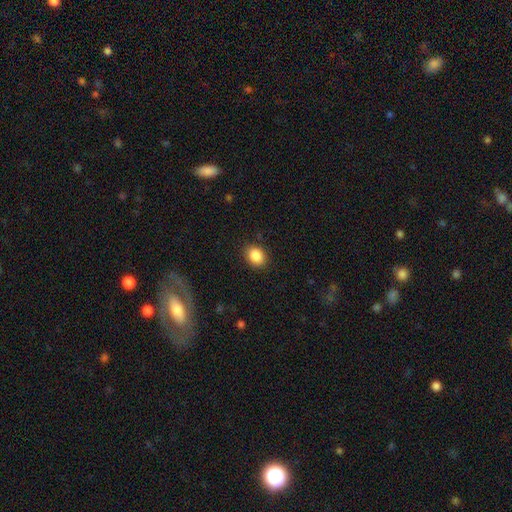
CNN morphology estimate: Overall: smooth (88%). How rounded: in between (58%; round 41%). Merging: none (88%).